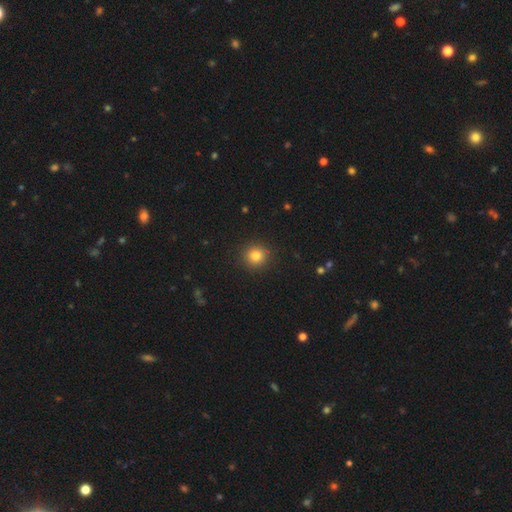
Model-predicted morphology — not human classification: This is clearly a smooth galaxy (82%). How rounded: clearly round (92%). Merging: clearly none (91%).